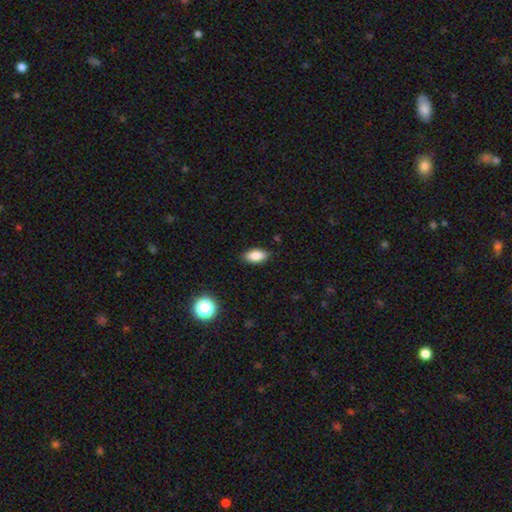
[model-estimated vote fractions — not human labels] Q: Smooth or featured?
A: smooth (85%); runner-up: star or artifact (9%)
Q: How rounded?
A: in between (89%); runner-up: cigar-shaped (6%)
Q: Merging?
A: none (86%); runner-up: minor disturbance (11%)